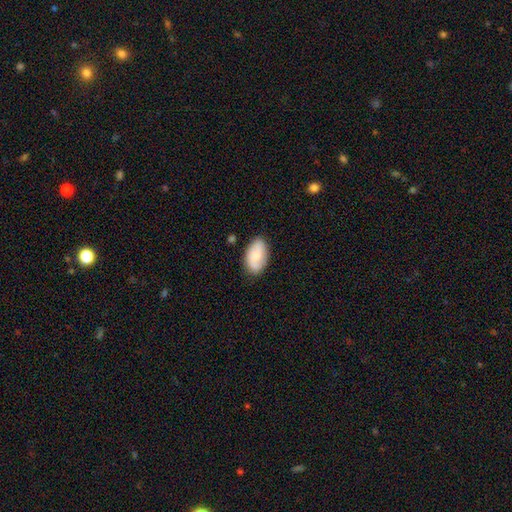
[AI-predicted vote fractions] This appears to be a smooth galaxy with no disk features (69%) that is in between round and cigar-shaped (94%). Merging: none (77%).